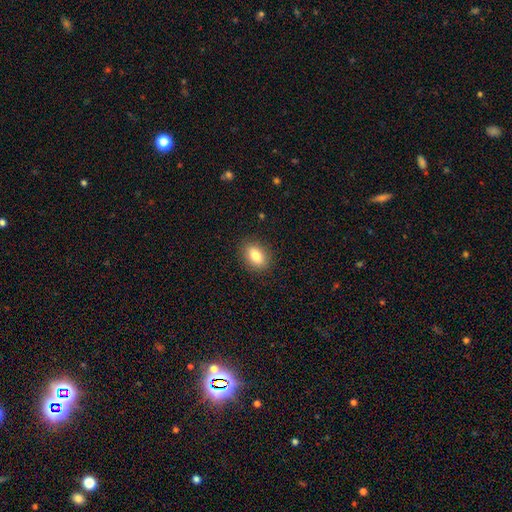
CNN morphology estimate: smooth-or-featured: smooth: 81% | featured or disk: 10% | star or artifact: 8%
  how-rounded: in between: 80% | round: 17% | cigar-shaped: 3%
  merging: none: 88% | minor disturbance: 9% | major disturbance: 2% | merger: 1%